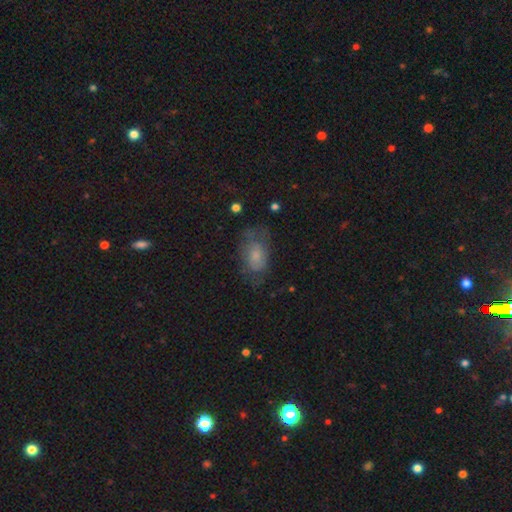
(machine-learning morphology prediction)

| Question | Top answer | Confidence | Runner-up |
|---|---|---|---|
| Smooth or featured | smooth | 57% | featured or disk (32%) |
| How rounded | in between | 86% | round (11%) |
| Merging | none | 51% | minor disturbance (27%) |